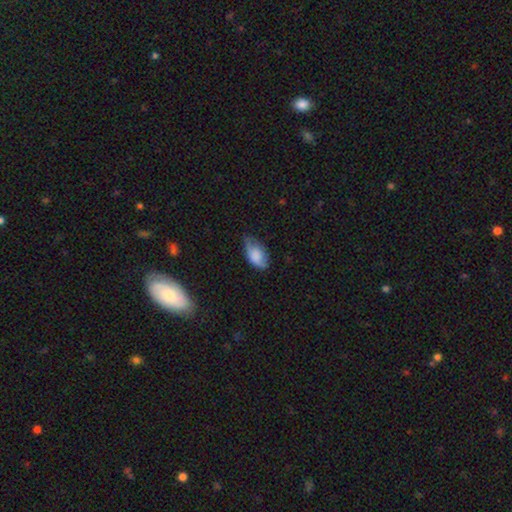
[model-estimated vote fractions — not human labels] Smooth or featured?
  - smooth: 78% *
  - featured or disk: 14%
  - star or artifact: 7%
How rounded?
  - in between: 92% *
  - round: 4%
  - cigar-shaped: 3%
Merging?
  - none: 49% *
  - minor disturbance: 40%
  - major disturbance: 9%
  - merger: 2%